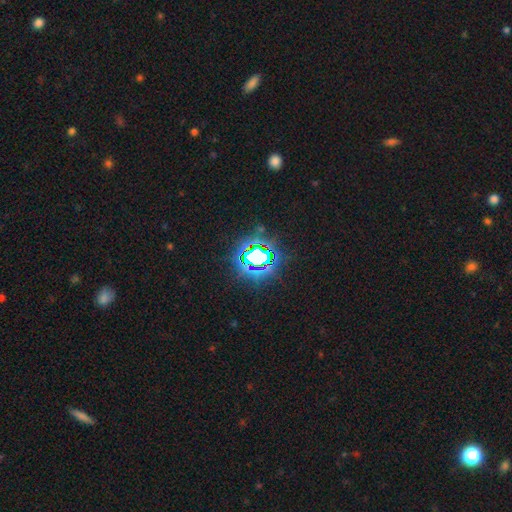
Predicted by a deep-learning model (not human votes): The model was most divided on "smooth or featured": star or artifact: 73%, smooth: 16%, featured or disk: 11%.